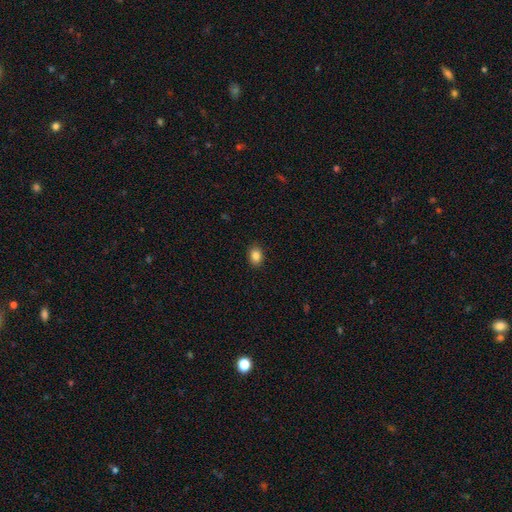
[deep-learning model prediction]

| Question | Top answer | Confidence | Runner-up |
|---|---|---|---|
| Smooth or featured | smooth | 85% | star or artifact (9%) |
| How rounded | in between | 65% | round (34%) |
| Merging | none | 90% | minor disturbance (7%) |